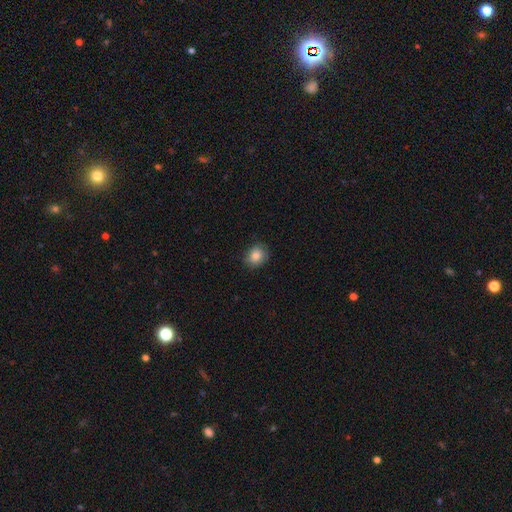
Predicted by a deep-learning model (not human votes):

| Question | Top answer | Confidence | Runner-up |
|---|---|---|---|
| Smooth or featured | smooth | 85% | star or artifact (9%) |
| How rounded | round | 67% | in between (33%) |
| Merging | none | 82% | minor disturbance (14%) |